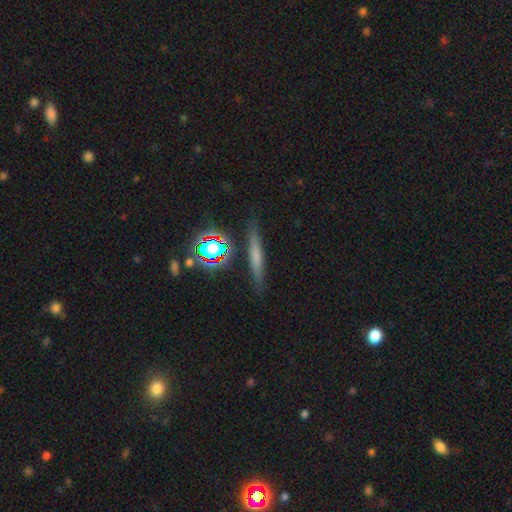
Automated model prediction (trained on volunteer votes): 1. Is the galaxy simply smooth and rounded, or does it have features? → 55% smooth, 31% featured or disk, 14% star or artifact.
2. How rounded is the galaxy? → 87% cigar-shaped, 8% in between, 5% round.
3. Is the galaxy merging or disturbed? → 83% none, 11% minor disturbance, 3% major disturbance, 3% merger.